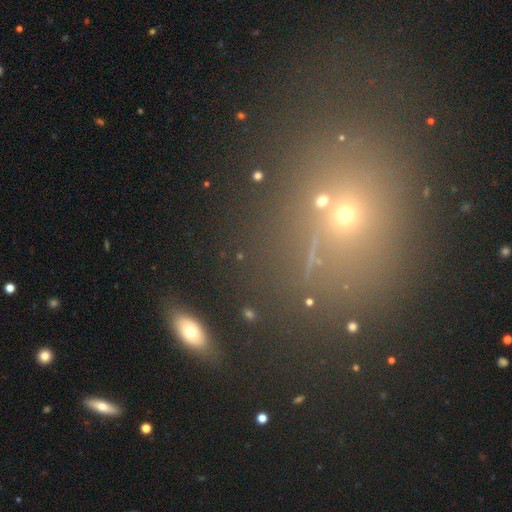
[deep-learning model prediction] This is marginally a smooth galaxy (45%). Merging: likely none (71%).